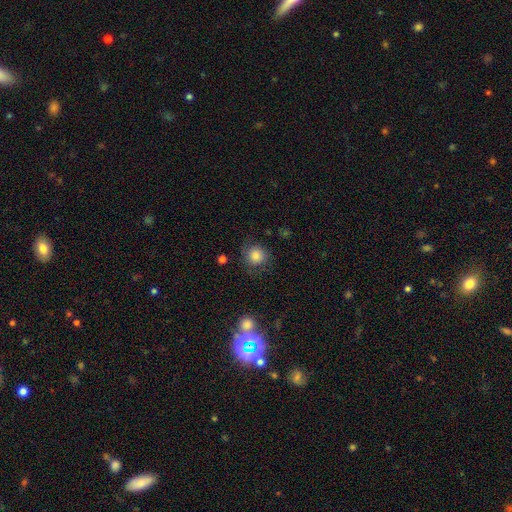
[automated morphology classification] smooth-or-featured: smooth: 79% | star or artifact: 11% | featured or disk: 10%
  how-rounded: round: 90% | in between: 9% | cigar-shaped: 1%
  merging: none: 76% | minor disturbance: 15% | major disturbance: 7% | merger: 2%